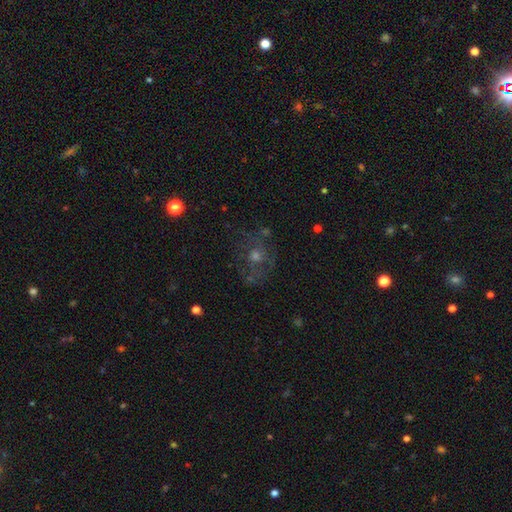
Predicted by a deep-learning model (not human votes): Morphology: type=featured or disk (35%); merging=none (68%).